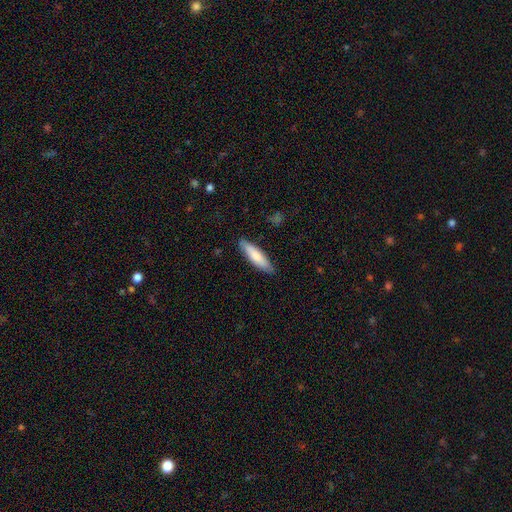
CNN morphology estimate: Smooth or featured? Predicted: smooth (p=0.78). How rounded? Predicted: cigar-shaped (p=0.68). Merging? Predicted: none (p=0.86).